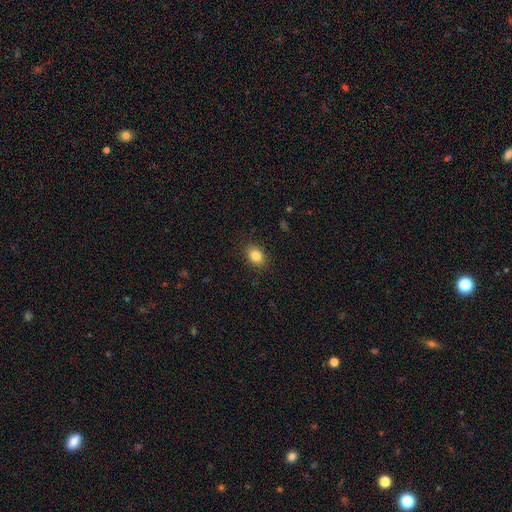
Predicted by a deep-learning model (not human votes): smooth_or_featured: smooth (p=0.84) [alt: star or artifact p=0.09]
how_rounded: in between (p=0.75) [alt: round p=0.24]
merging: none (p=0.87) [alt: minor disturbance p=0.09]